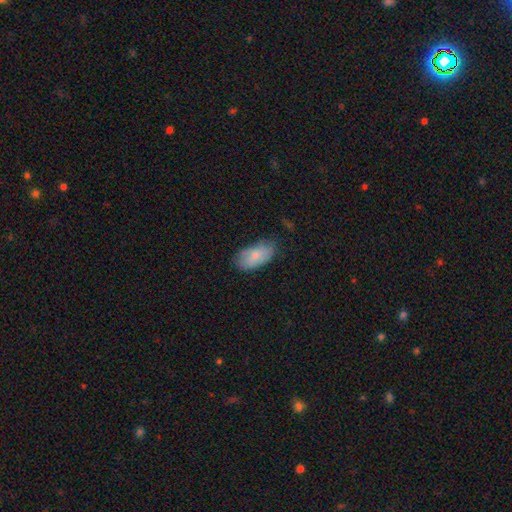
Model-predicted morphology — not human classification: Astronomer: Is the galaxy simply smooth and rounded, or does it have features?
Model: smooth — 76%.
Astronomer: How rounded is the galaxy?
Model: in between — 94%.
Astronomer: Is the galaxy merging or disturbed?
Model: none — 64%.